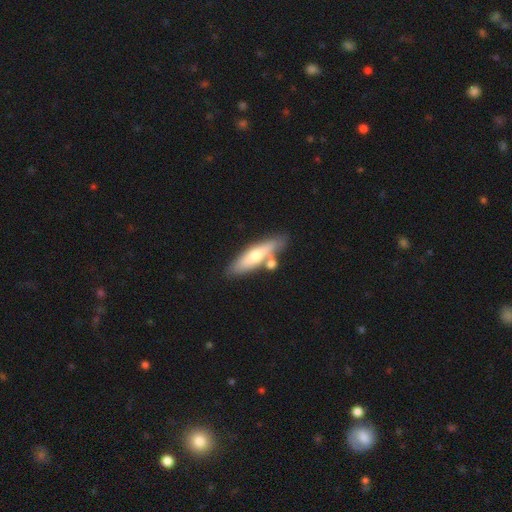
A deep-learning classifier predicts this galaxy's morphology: The model was most divided on "smooth or featured": smooth: 57%, featured or disk: 37%, star or artifact: 6%. More confident: how rounded — cigar-shaped (63%); merging — none (61%).